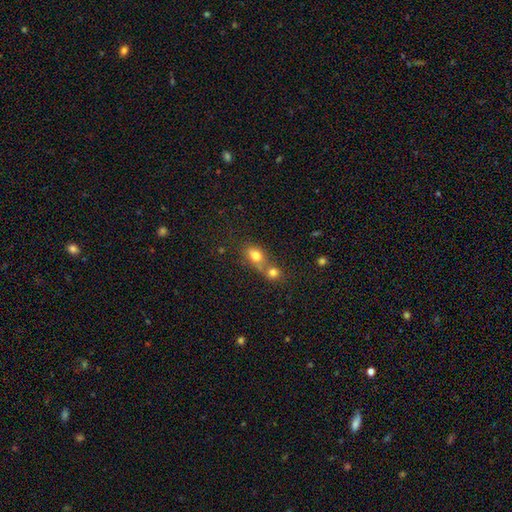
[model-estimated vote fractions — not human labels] smooth 77%, star or artifact 12%, featured or disk 11%. Down the decision tree: how rounded — in between (52%); merging — merger (52%).